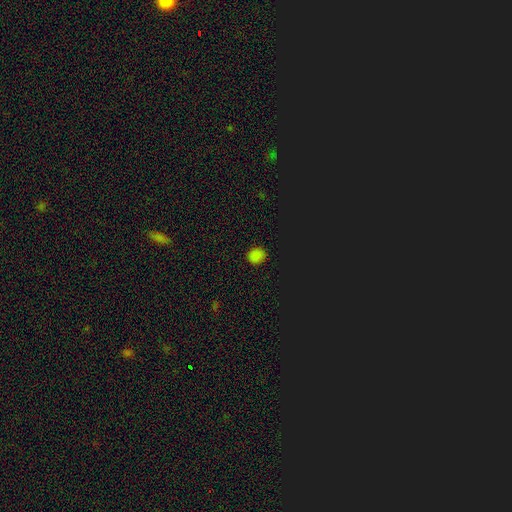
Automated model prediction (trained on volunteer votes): Smooth or featured? smooth (76%)
How rounded? round (82%)
Merging? none (89%)